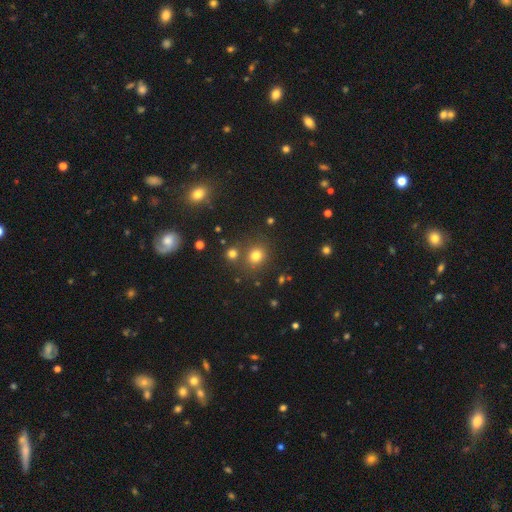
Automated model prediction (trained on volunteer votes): Morphology: type=smooth (75%); roundness=round (78%); merging=none (74%).